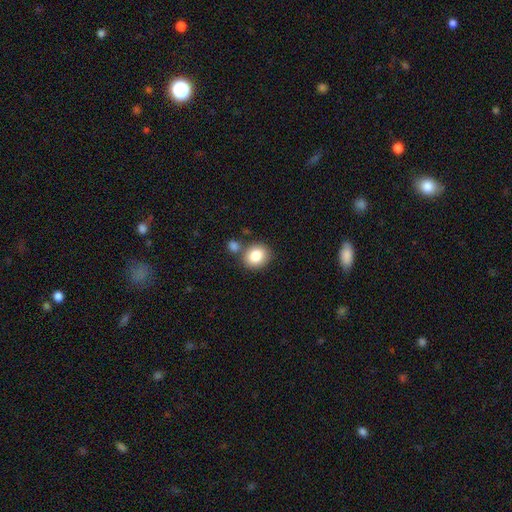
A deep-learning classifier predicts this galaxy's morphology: Smooth or featured? smooth (82%)
How rounded? round (70%)
Merging? none (70%)